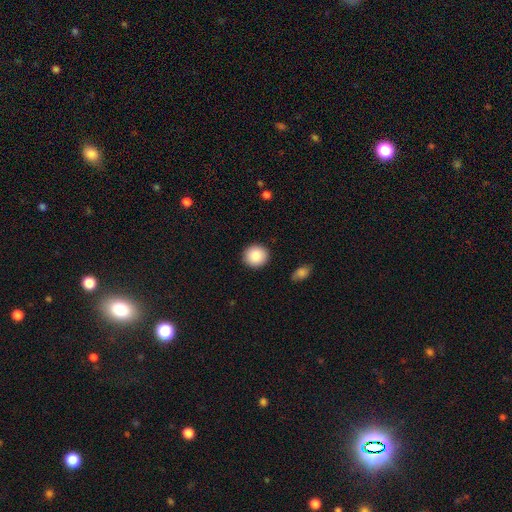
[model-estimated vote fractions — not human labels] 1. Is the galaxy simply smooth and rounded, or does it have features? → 88% smooth, 7% star or artifact, 5% featured or disk.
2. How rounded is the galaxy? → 88% round, 11% in between, 1% cigar-shaped.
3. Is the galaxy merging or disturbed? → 91% none, 6% minor disturbance, 2% major disturbance, 1% merger.